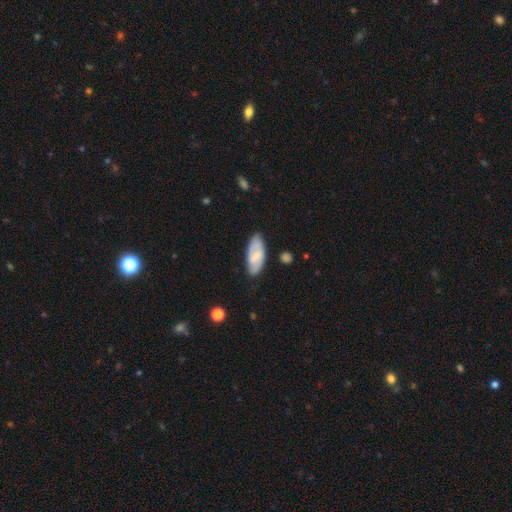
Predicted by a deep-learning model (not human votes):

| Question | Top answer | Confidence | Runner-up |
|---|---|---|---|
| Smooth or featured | smooth | 54% | featured or disk (39%) |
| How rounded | in between | 81% | cigar-shaped (16%) |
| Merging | none | 74% | minor disturbance (20%) |